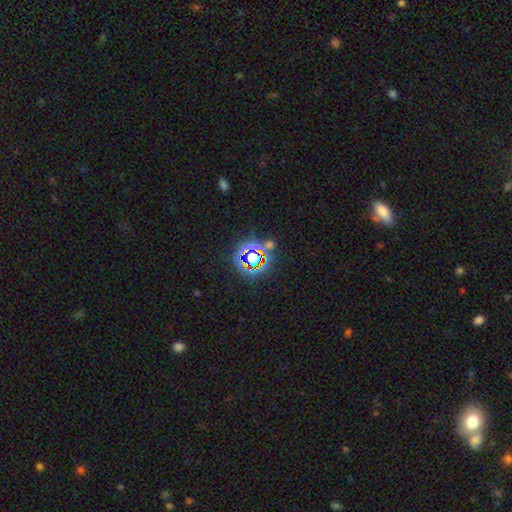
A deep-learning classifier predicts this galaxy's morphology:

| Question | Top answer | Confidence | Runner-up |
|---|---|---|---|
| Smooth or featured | star or artifact | 77% | smooth (15%) |